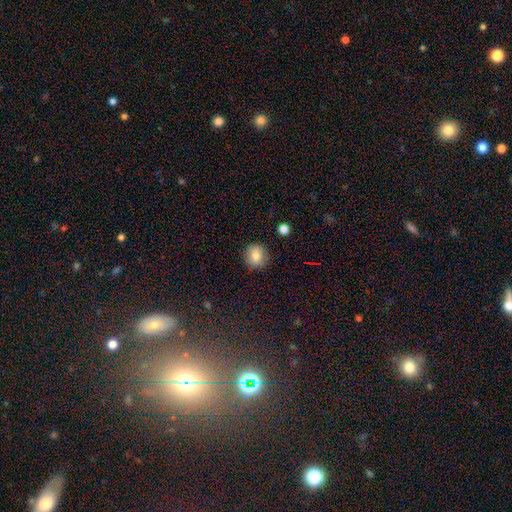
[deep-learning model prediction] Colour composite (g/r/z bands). It shows a smooth galaxy with no disk features (80%) that is round (91%). Merging: none (88%).